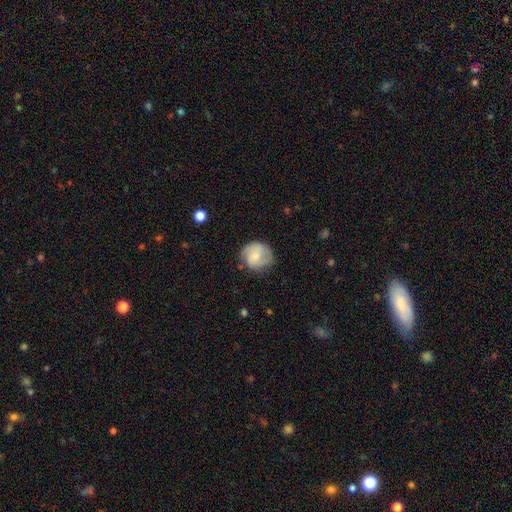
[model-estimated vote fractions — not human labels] smooth 58%, featured or disk 35%, star or artifact 7%. Down the decision tree: how rounded — round (85%); merging — none (69%).